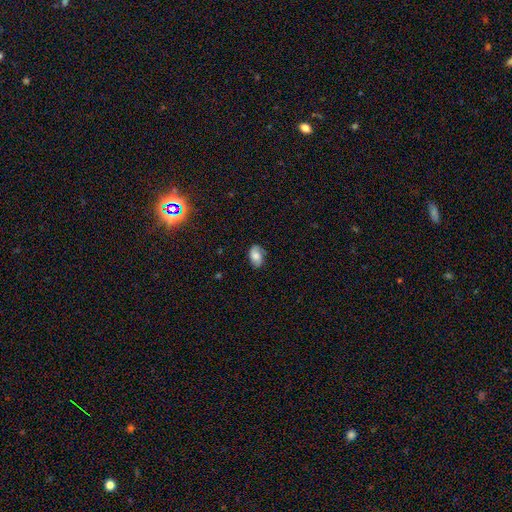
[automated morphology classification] Q: Smooth or featured?
A: smooth (62%); runner-up: featured or disk (29%)
Q: How rounded?
A: in between (87%); runner-up: round (11%)
Q: Merging?
A: none (71%); runner-up: minor disturbance (22%)